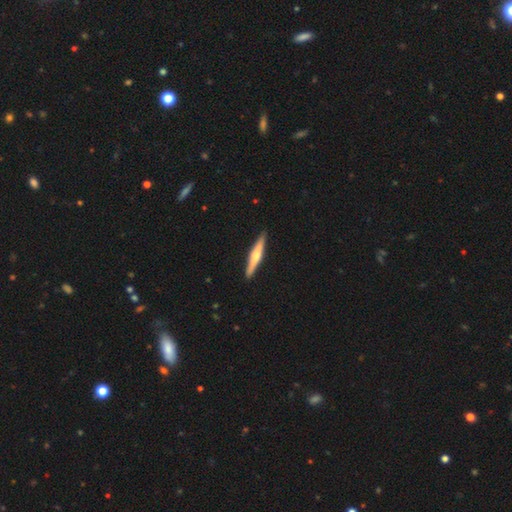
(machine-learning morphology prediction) The model was most divided on "smooth or featured": featured or disk: 56%, smooth: 40%, star or artifact: 5%. More confident: edge-on disk — yes (97%); merging — none (92%); edge-on bulge — rounded (83%).